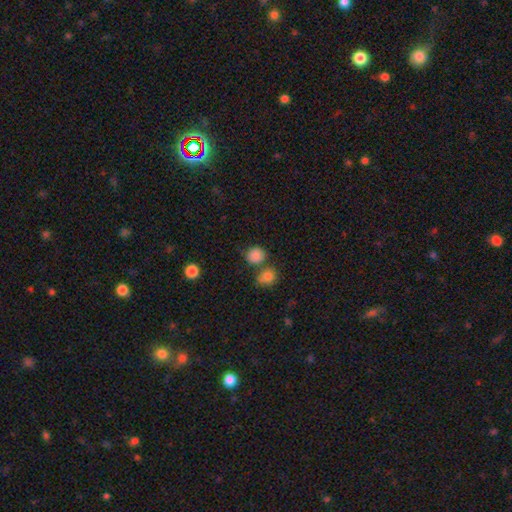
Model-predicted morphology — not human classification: type=smooth (84%); roundness=round (81%); merging=none (62%).